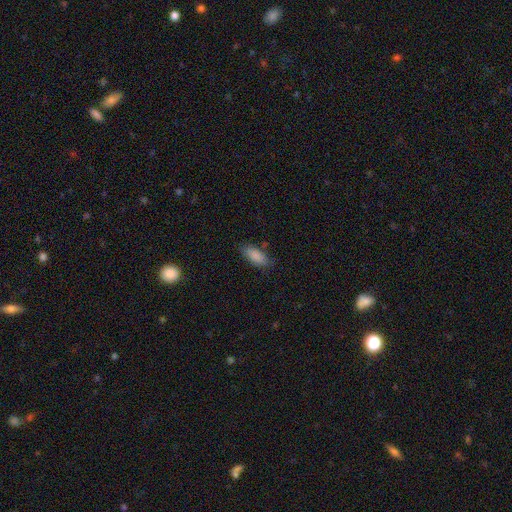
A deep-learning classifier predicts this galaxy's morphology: Smooth or featured? smooth (86%)
How rounded? in between (85%)
Merging? none (78%)